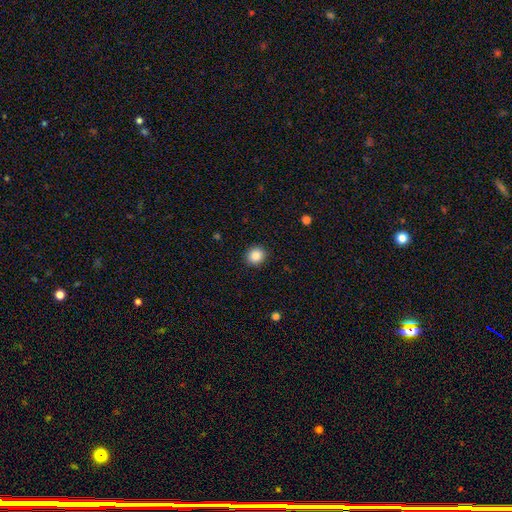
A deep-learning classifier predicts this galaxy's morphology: smooth 87%, star or artifact 9%, featured or disk 4%. Down the decision tree: how rounded — round (83%); merging — none (92%).